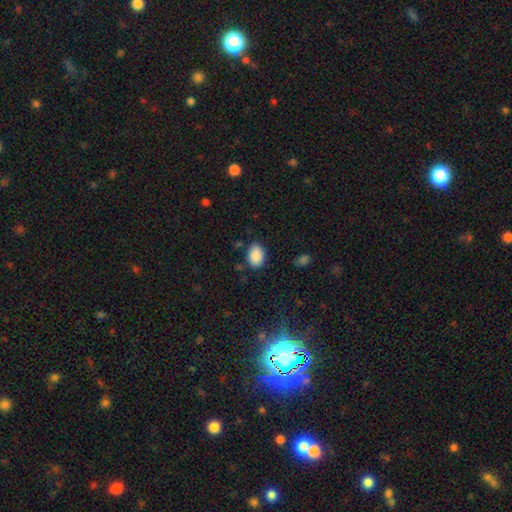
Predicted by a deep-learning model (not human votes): This is clearly a smooth galaxy (89%). How rounded: clearly in between (85%). Merging: clearly none (82%).